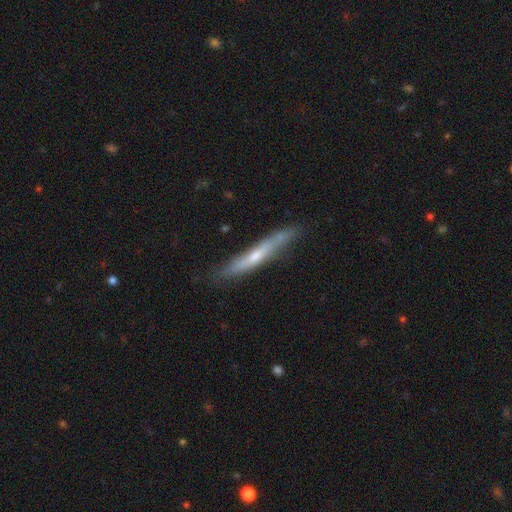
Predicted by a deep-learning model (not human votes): smooth-or-featured: featured or disk: 50% | smooth: 44% | star or artifact: 6%
  disk-edge-on: yes: 86% | no: 14%
  merging: none: 73% | minor disturbance: 20% | major disturbance: 4% | merger: 2%